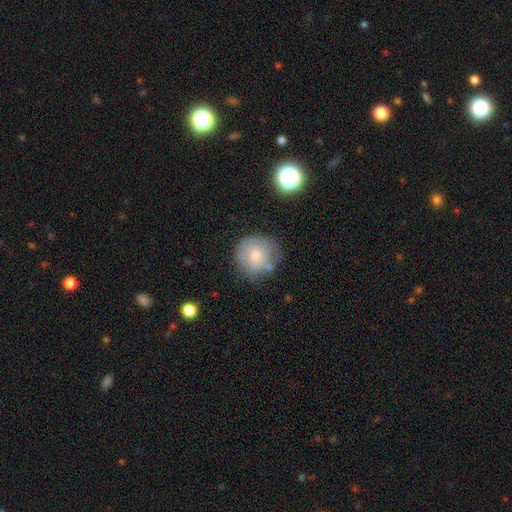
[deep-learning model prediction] Smooth or featured?
  - smooth: 63% *
  - featured or disk: 30%
  - star or artifact: 8%
How rounded?
  - round: 88% *
  - in between: 11%
  - cigar-shaped: 1%
Merging?
  - none: 63% *
  - minor disturbance: 23%
  - major disturbance: 9%
  - merger: 5%